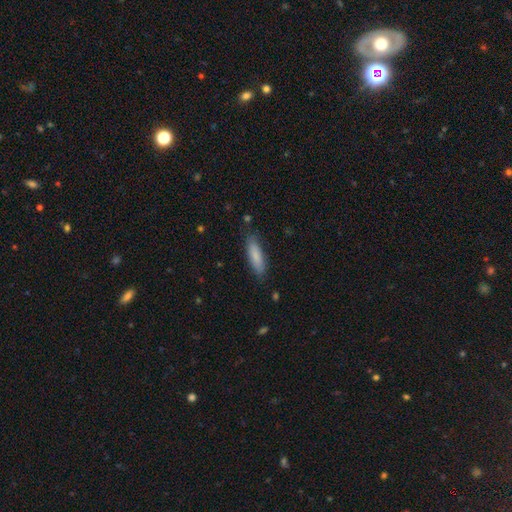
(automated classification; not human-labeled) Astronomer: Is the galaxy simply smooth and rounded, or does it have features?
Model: smooth — 83%.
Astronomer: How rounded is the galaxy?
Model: cigar-shaped — 59% (runner-up: in between, 39%).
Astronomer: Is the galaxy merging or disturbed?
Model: none — 82%.